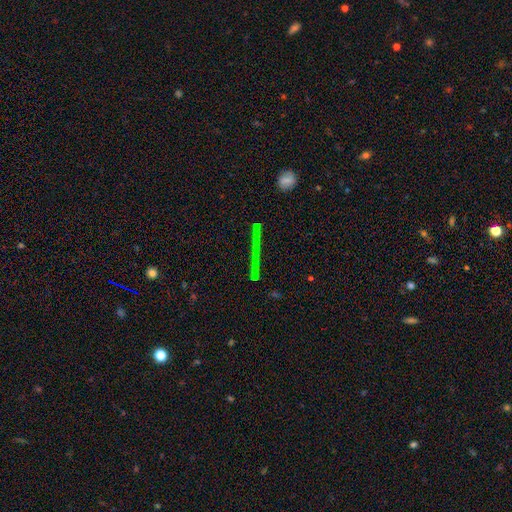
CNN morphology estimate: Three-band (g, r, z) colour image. It shows a featured or disk galaxy (50%) viewed edge-on (93%). Merging: none (88%).